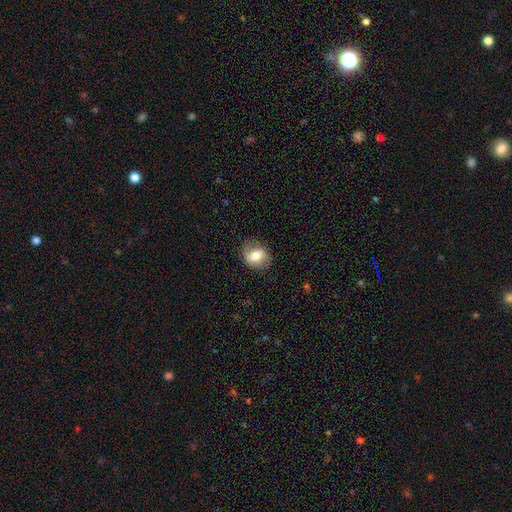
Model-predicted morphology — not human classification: The model was most divided on "how rounded": round: 54%, in between: 45%, cigar-shaped: 1%. More confident: merging — none (78%); smooth or featured — smooth (52%).